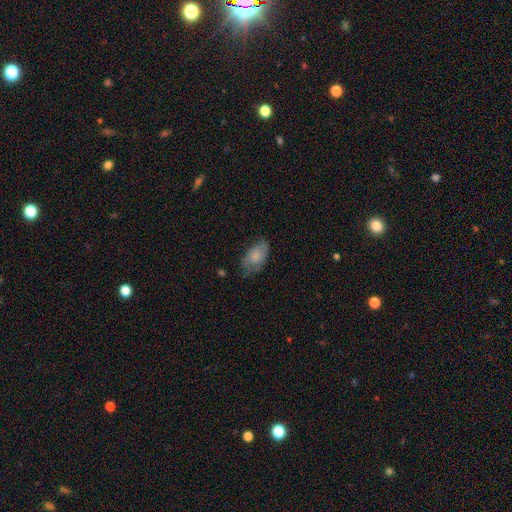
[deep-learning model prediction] This appears to be a smooth galaxy with no disk features (69%) that is in between round and cigar-shaped (93%). Merging: none (54%).